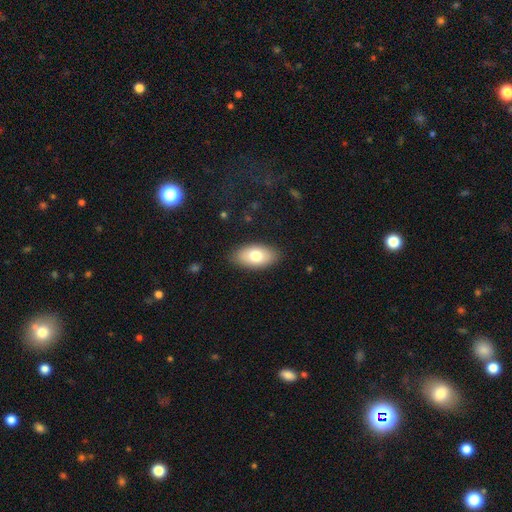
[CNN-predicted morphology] Smooth or featured: smooth — 76% (featured or disk — 17%)
How rounded: in between — 94% (round — 4%)
Merging: none — 86% (minor disturbance — 11%)